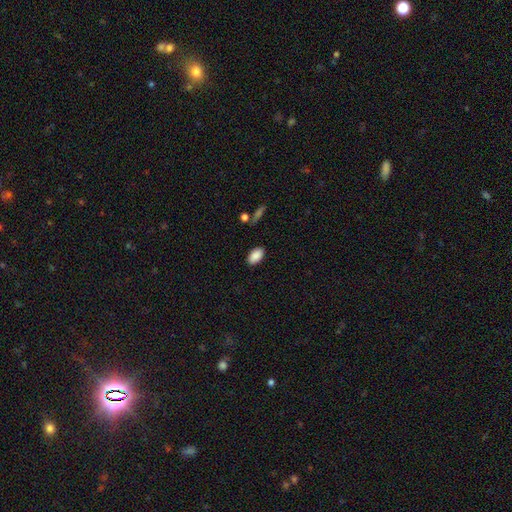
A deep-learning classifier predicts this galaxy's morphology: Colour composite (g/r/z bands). It shows a smooth galaxy with no disk features (89%) that is in between round and cigar-shaped (93%). Merging: none (87%).